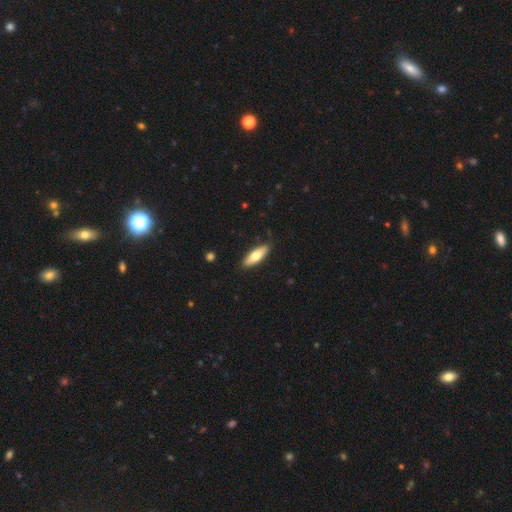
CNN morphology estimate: smooth-or-featured: smooth: 65% | featured or disk: 30% | star or artifact: 5%
  how-rounded: in between: 58% | cigar-shaped: 40% | round: 2%
  merging: none: 88% | minor disturbance: 9% | major disturbance: 2% | merger: 1%